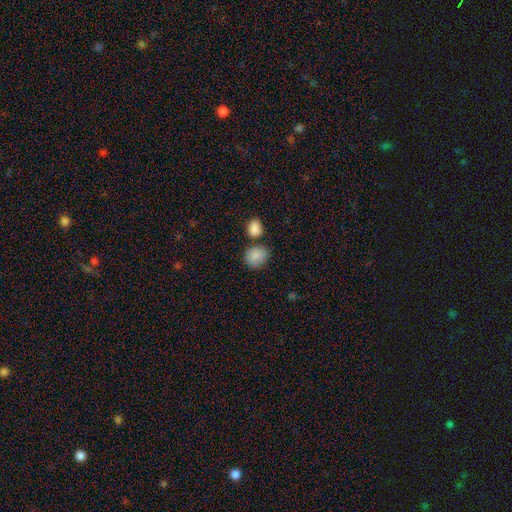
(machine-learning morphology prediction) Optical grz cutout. It shows a smooth galaxy with no disk features (87%) that is round (71%). Merging: none (67%).